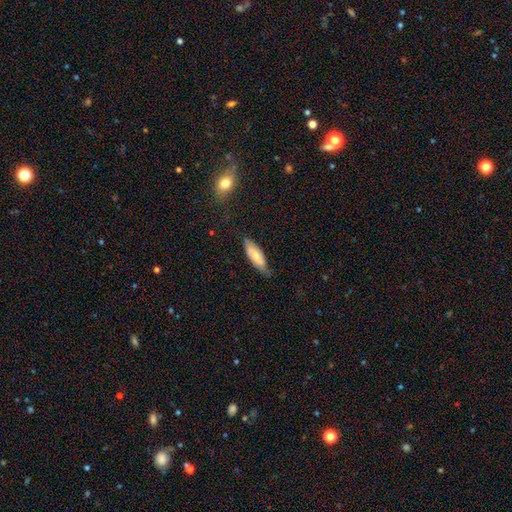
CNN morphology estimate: Smooth or featured? smooth (65%)
How rounded? in between (58%)
Merging? none (68%)